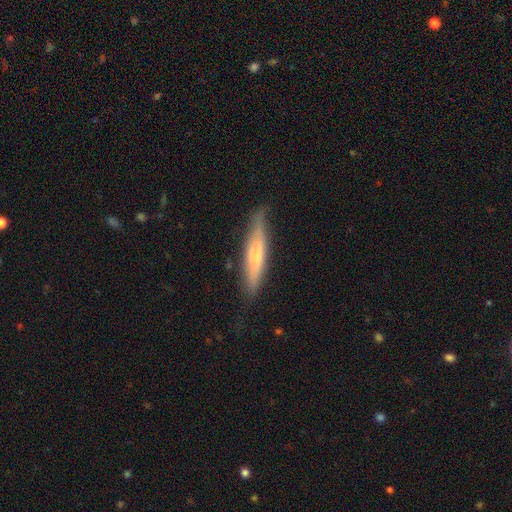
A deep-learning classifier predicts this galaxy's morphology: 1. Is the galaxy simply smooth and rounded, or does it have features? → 55% smooth, 38% featured or disk, 6% star or artifact.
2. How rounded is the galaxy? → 86% cigar-shaped, 12% in between, 2% round.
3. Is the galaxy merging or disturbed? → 74% none, 20% minor disturbance, 4% major disturbance, 2% merger.